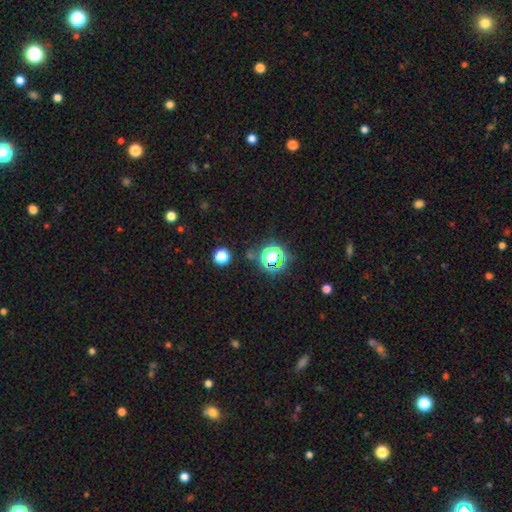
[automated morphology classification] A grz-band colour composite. It shows a star or artifact, not a galaxy (69%).